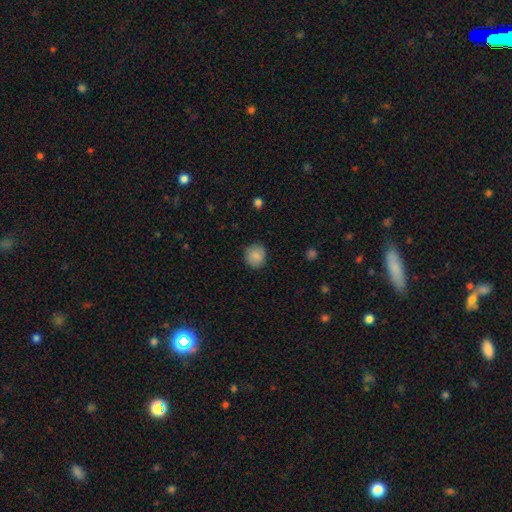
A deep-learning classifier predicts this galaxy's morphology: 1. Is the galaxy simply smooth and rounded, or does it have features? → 85% smooth, 8% star or artifact, 7% featured or disk.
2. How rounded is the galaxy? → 85% round, 14% in between, 1% cigar-shaped.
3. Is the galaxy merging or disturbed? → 87% none, 10% minor disturbance, 2% major disturbance, 1% merger.